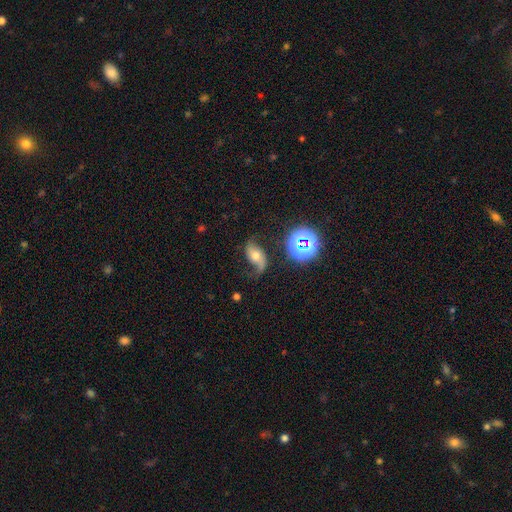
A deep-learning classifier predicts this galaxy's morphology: smooth_or_featured: featured or disk (p=0.64) [alt: smooth p=0.21]
disk_edge_on: no (p=0.94) [alt: yes p=0.06]
bar: no (p=0.61) [alt: weak p=0.25]
has_spiral_arms: yes (p=0.90) [alt: no p=0.10]
spiral_winding: loose (p=0.81) [alt: medium p=0.15]
spiral_arm_count: 2 (p=0.81) [alt: 1 p=0.13]
bulge_size: moderate (p=0.63) [alt: small p=0.23]
merging: none (p=0.62) [alt: minor disturbance p=0.22]